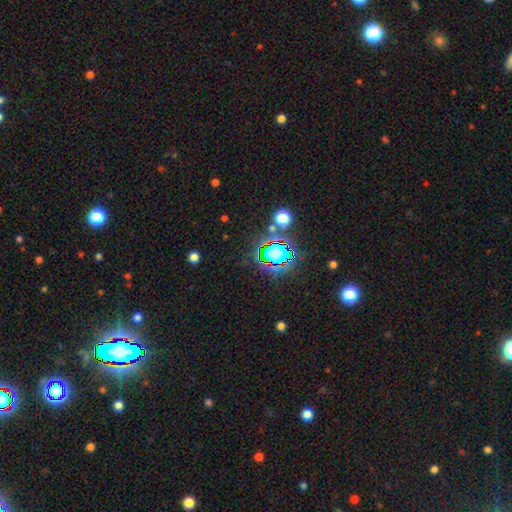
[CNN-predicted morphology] Smooth or featured? star or artifact (81%)